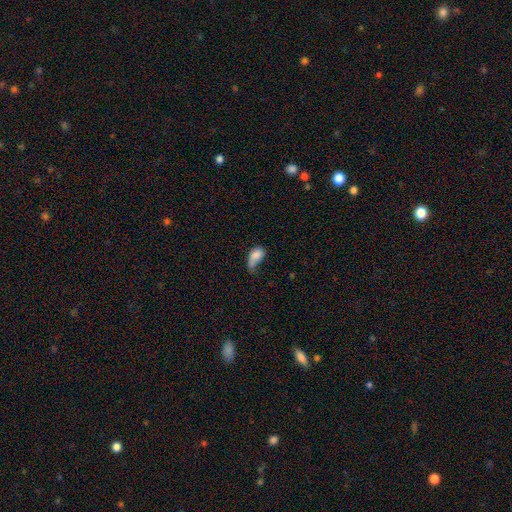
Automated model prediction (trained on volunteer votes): This appears to be a smooth galaxy with no disk features (76%) that is in between round and cigar-shaped (88%). Merging: major disturbance (36%).